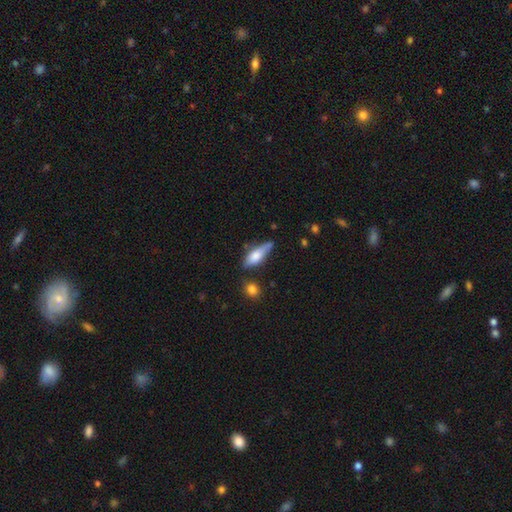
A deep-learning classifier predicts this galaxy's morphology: This appears to be a smooth galaxy with no disk features (67%) that is in between round and cigar-shaped (57%). Merging: none (49%).